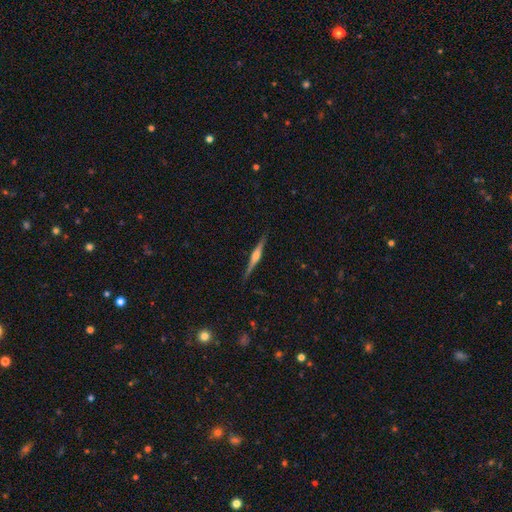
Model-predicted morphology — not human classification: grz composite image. It shows a featured or disk galaxy (75%) viewed edge-on (98%) with a rounded central bulge (81%). Merging: none (89%).